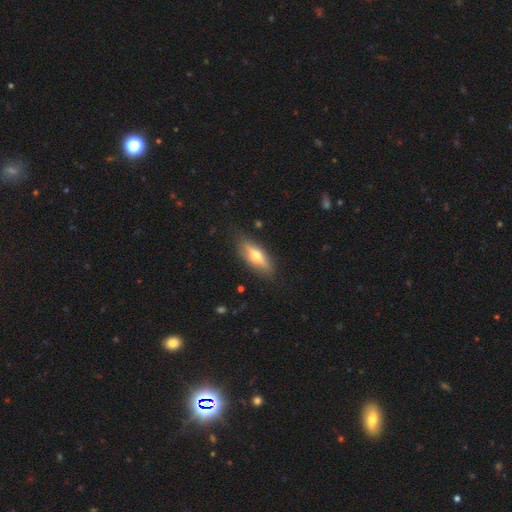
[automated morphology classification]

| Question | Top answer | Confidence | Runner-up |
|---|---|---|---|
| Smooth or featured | featured or disk | 52% | smooth (42%) |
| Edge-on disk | yes | 87% | no (13%) |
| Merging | none | 85% | minor disturbance (11%) |